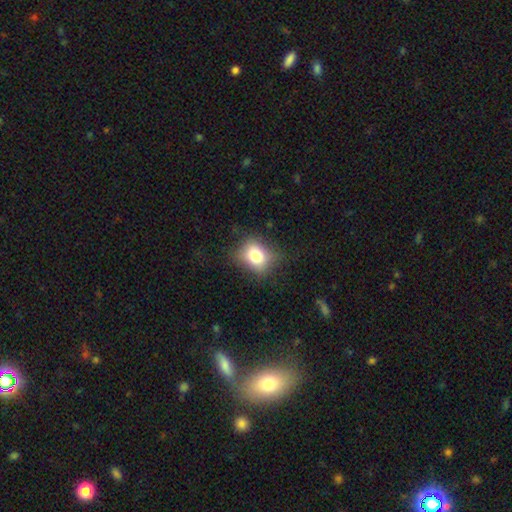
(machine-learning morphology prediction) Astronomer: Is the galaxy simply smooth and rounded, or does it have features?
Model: smooth — 74%.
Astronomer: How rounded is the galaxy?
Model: round — 52% (runner-up: in between, 47%).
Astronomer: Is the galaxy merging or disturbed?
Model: none — 70%.